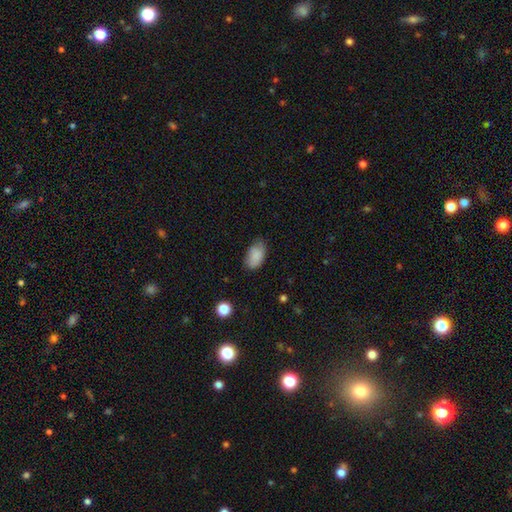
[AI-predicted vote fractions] Smooth or featured?
  - smooth: 86% *
  - star or artifact: 8%
  - featured or disk: 7%
How rounded?
  - in between: 93% *
  - round: 6%
  - cigar-shaped: 2%
Merging?
  - none: 68% *
  - minor disturbance: 26%
  - major disturbance: 5%
  - merger: 1%